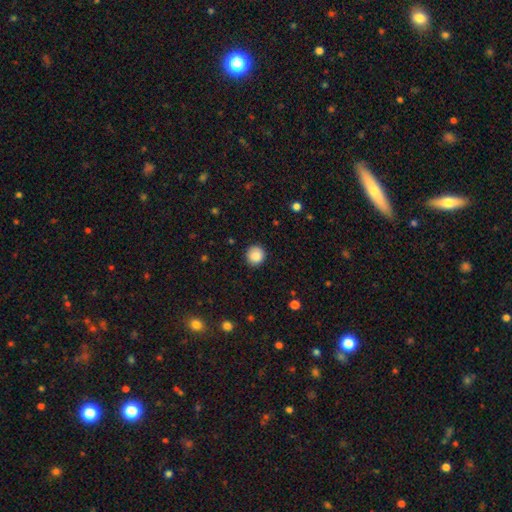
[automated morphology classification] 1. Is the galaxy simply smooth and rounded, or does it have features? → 87% smooth, 9% star or artifact, 4% featured or disk.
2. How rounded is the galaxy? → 93% round, 6% in between, 1% cigar-shaped.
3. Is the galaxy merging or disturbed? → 89% none, 8% minor disturbance, 2% major disturbance, 1% merger.